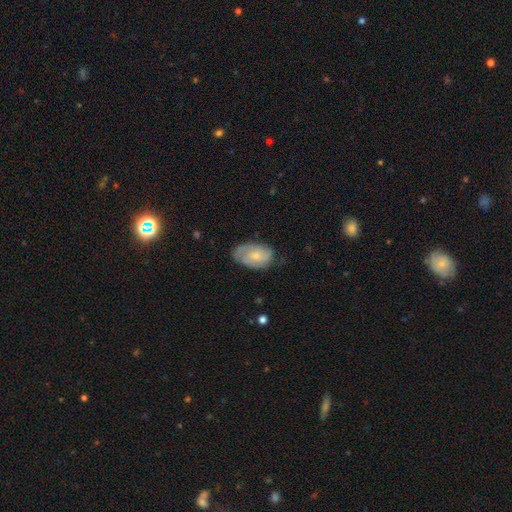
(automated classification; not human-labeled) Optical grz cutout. It shows a featured or disk galaxy (55%) with no bar (75%), spiral arms (83%) and a small central bulge (60%). Merging: none (63%).